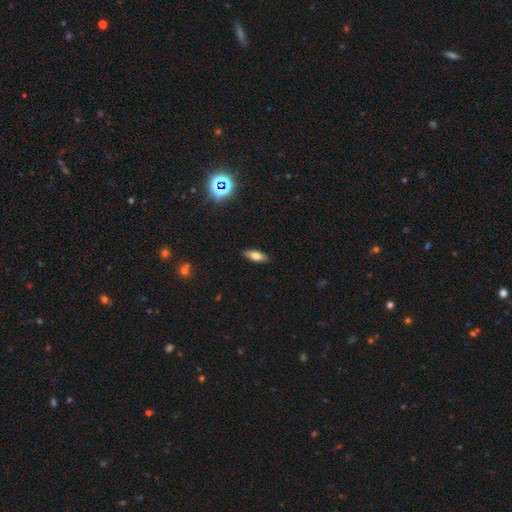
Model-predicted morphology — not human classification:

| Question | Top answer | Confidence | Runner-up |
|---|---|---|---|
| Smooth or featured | smooth | 70% | featured or disk (21%) |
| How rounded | in between | 71% | cigar-shaped (26%) |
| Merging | none | 87% | minor disturbance (10%) |